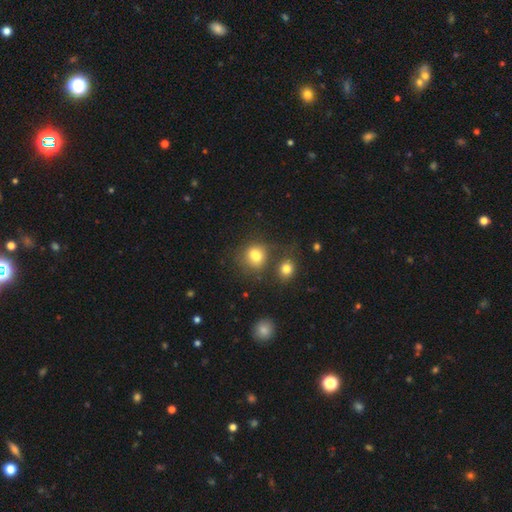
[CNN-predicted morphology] A smooth galaxy with no disk features (75%) that is round (62%). Merging: none (46%).